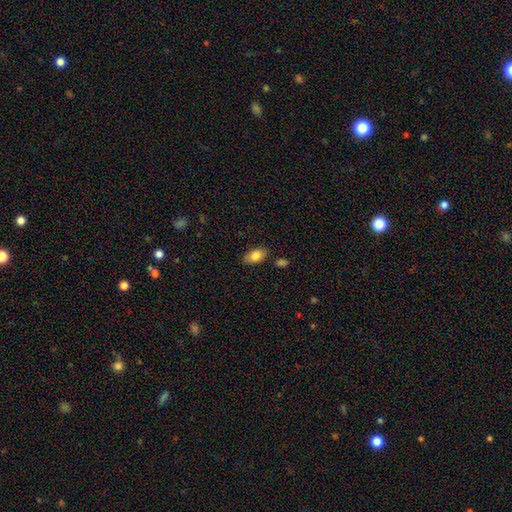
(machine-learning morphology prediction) This is clearly a smooth galaxy (82%). How rounded: clearly in between (91%). Merging: clearly none (83%).